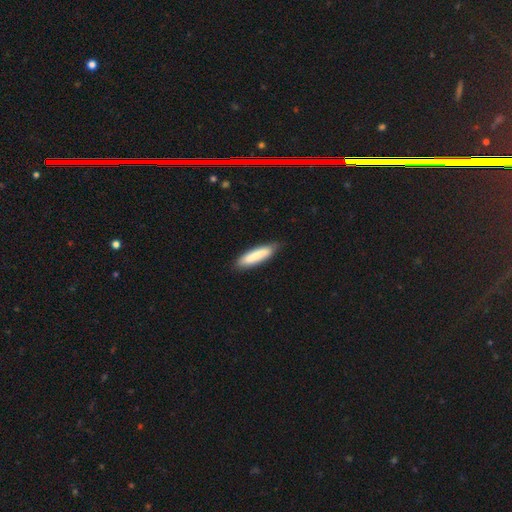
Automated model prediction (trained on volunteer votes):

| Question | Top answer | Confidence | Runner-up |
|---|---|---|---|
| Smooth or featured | smooth | 81% | featured or disk (13%) |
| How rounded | cigar-shaped | 74% | in between (25%) |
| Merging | none | 81% | minor disturbance (16%) |